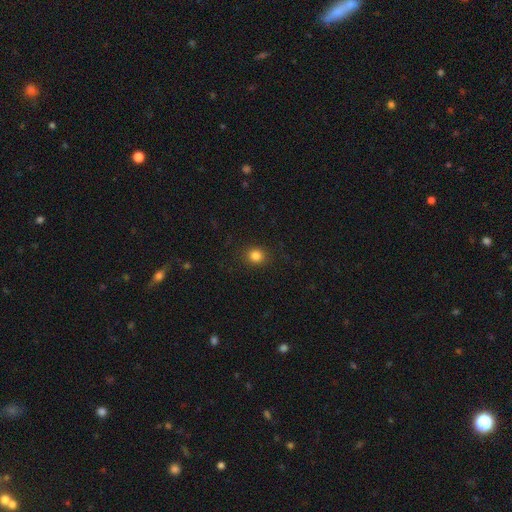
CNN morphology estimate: Overall: smooth (84%). How rounded: round (81%). Merging: none (90%).